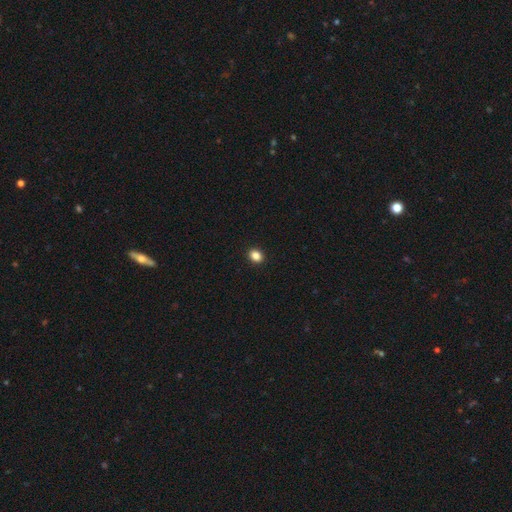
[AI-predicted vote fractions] smooth_or_featured: smooth (p=0.86) [alt: star or artifact p=0.10]
how_rounded: round (p=0.50) [alt: in between p=0.49]
merging: none (p=0.92) [alt: minor disturbance p=0.05]